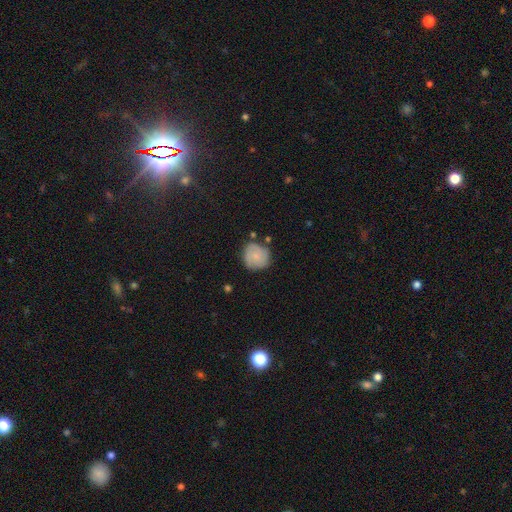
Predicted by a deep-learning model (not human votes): Smooth or featured?
  - smooth: 67% *
  - featured or disk: 26%
  - star or artifact: 8%
How rounded?
  - round: 89% *
  - in between: 10%
  - cigar-shaped: 1%
Merging?
  - none: 69% *
  - minor disturbance: 21%
  - major disturbance: 5%
  - merger: 5%